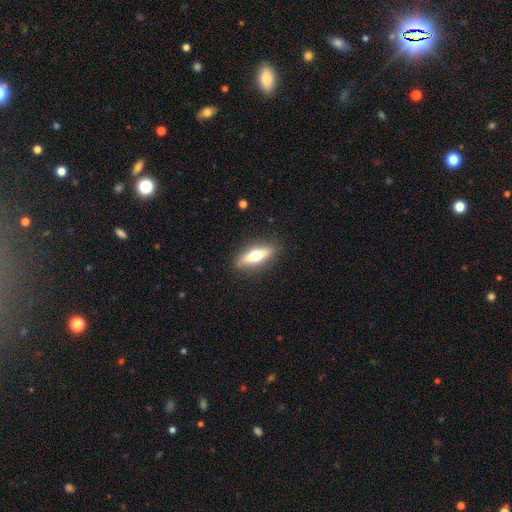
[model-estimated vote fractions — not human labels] The model was most divided on "how rounded": in between: 52%, cigar-shaped: 45%, round: 3%. More confident: merging — none (87%); smooth or featured — smooth (52%).